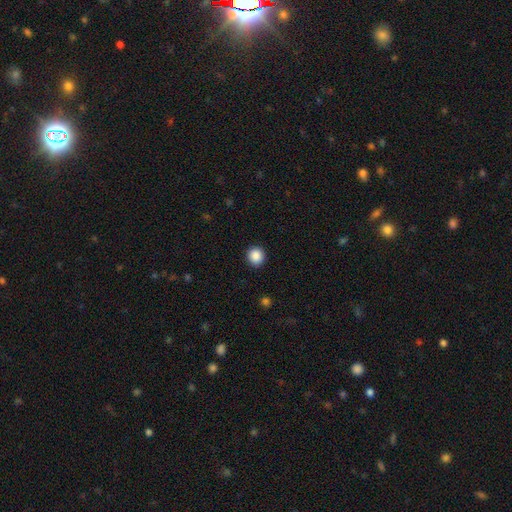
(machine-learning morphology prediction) This is clearly a smooth galaxy (88%). How rounded: clearly round (93%). Merging: clearly none (92%).